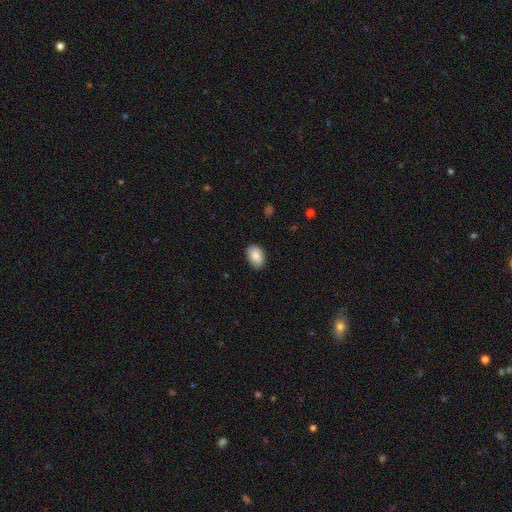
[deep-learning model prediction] A smooth galaxy with no disk features (87%) that is in between round and cigar-shaped (89%).

Vote fractions:
- Smooth or featured? smooth: 87% / star or artifact: 7% / featured or disk: 6%
- How rounded? in between: 89% / round: 10% / cigar-shaped: 1%
- Merging? none: 86% / minor disturbance: 11% / major disturbance: 2% / merger: 1%